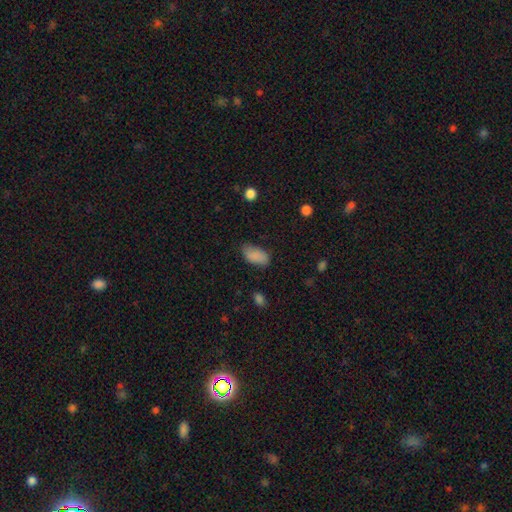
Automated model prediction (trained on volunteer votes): Overall: smooth (87%). How rounded: in between (94%). Merging: none (77%).